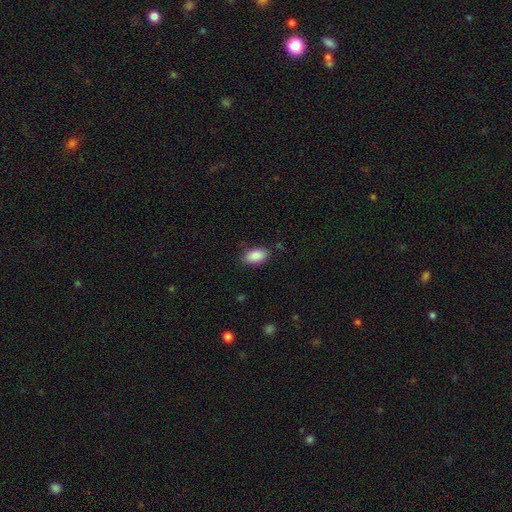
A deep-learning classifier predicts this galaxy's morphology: A smooth galaxy with no disk features (88%) that is in between round and cigar-shaped (93%).

Vote fractions:
- Smooth or featured? smooth: 88% / star or artifact: 7% / featured or disk: 5%
- How rounded? in between: 93% / round: 5% / cigar-shaped: 2%
- Merging? none: 83% / minor disturbance: 13% / major disturbance: 3% / merger: 1%